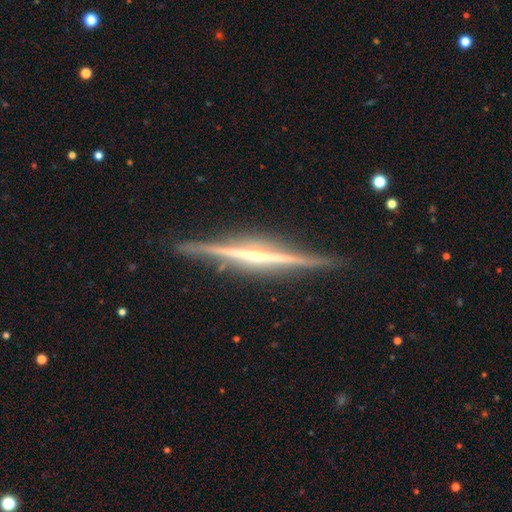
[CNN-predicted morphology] Smooth or featured? featured or disk (87%)
Edge-on disk? yes (98%)
Edge-on bulge? rounded (58%)
Merging? none (90%)